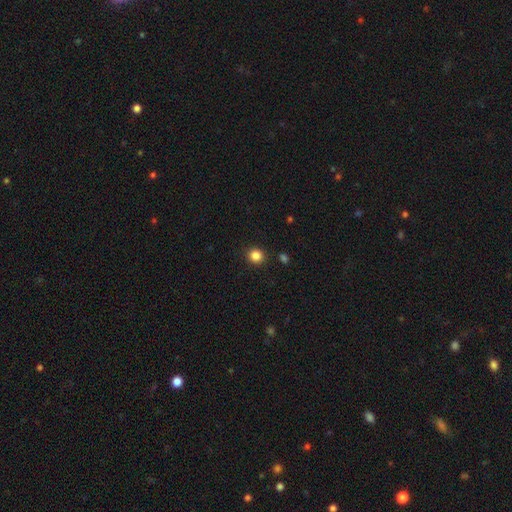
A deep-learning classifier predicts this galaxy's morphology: Q: Smooth or featured?
A: smooth (84%); runner-up: star or artifact (12%)
Q: How rounded?
A: round (88%); runner-up: in between (11%)
Q: Merging?
A: none (91%); runner-up: minor disturbance (6%)